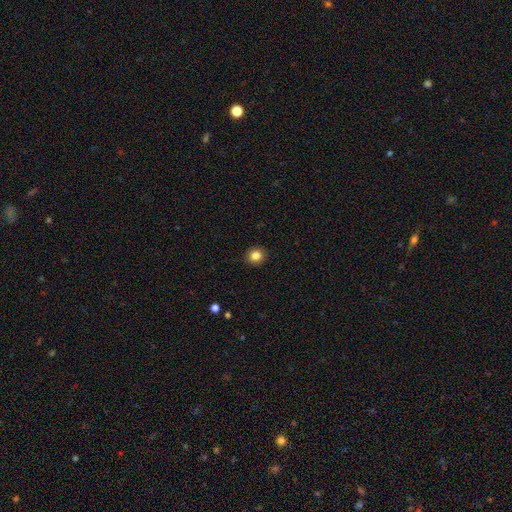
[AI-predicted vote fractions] The model was most divided on "how rounded": round: 85%, in between: 14%, cigar-shaped: 1%. More confident: merging — none (92%); smooth or featured — smooth (84%).